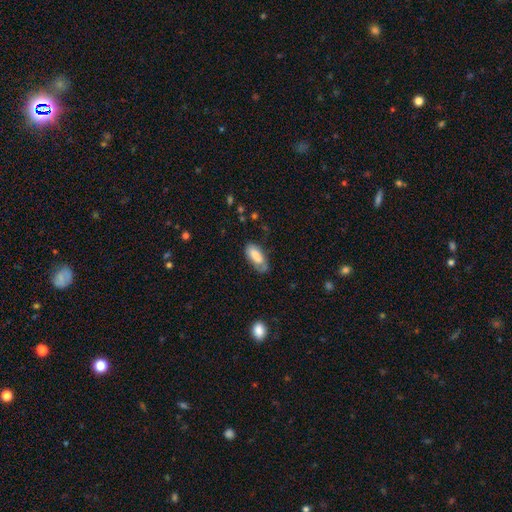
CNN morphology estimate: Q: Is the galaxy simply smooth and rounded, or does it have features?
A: smooth — 76%.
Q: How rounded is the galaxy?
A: in between — 87%.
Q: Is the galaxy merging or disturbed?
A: none — 52%.